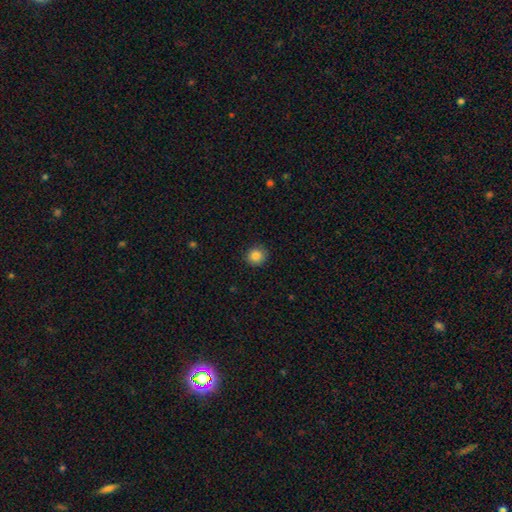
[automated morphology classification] Smooth or featured?
  - smooth: 86% *
  - star or artifact: 10%
  - featured or disk: 4%
How rounded?
  - round: 91% *
  - in between: 8%
  - cigar-shaped: 1%
Merging?
  - none: 89% *
  - minor disturbance: 8%
  - major disturbance: 2%
  - merger: 1%